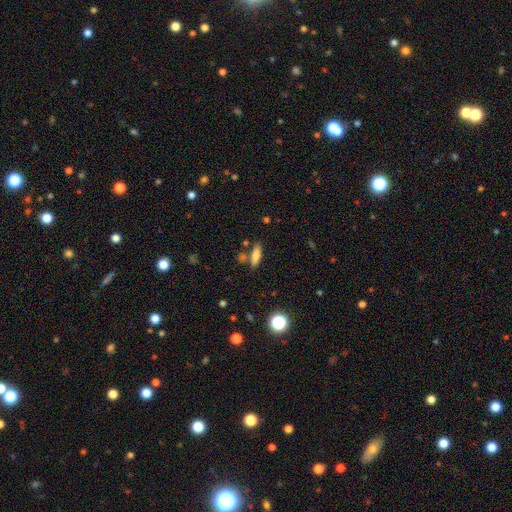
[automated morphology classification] This appears to be a smooth galaxy with no disk features (73%) that is cigar-shaped (52%). Merging: none (73%).